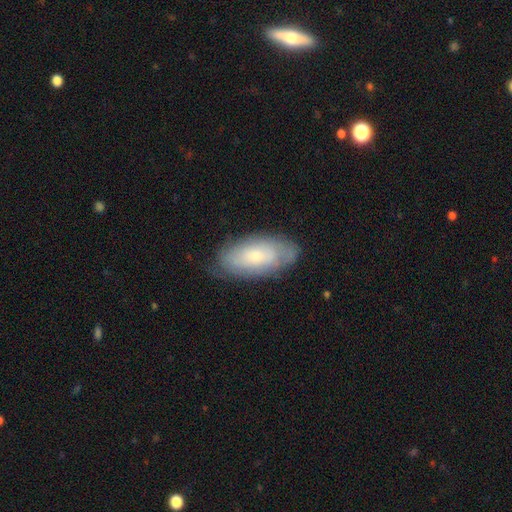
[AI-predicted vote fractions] Smooth or featured: smooth — 53% (featured or disk — 40%)
How rounded: in between — 90% (cigar-shaped — 7%)
Merging: none — 75% (minor disturbance — 19%)